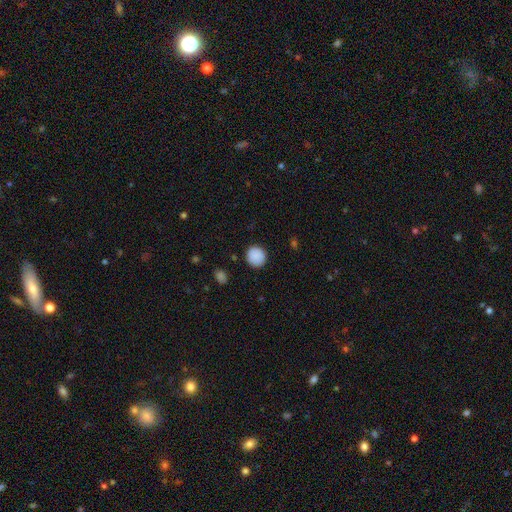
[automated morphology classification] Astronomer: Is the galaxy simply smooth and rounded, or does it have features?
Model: smooth — 88%.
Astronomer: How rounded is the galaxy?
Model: round — 90%.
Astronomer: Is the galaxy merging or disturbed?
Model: none — 88%.